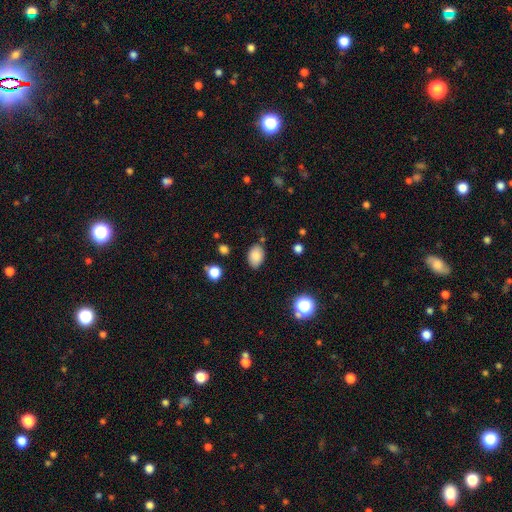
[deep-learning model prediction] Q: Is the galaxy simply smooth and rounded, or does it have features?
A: smooth — 84%.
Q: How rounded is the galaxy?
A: in between — 83%.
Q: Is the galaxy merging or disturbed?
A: none — 79%.